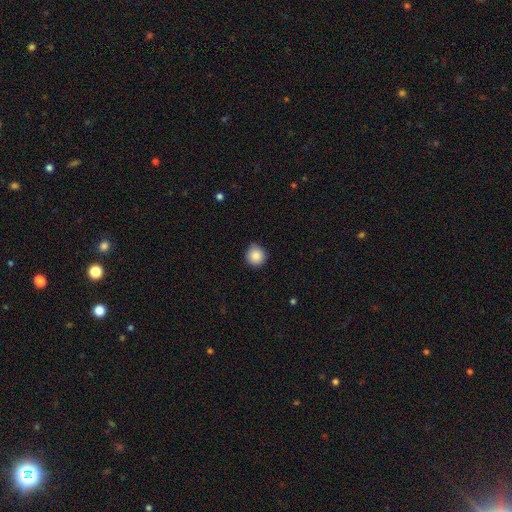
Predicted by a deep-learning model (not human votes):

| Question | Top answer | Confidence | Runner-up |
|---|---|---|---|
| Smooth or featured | smooth | 87% | star or artifact (9%) |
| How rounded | round | 92% | in between (7%) |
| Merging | none | 84% | minor disturbance (13%) |